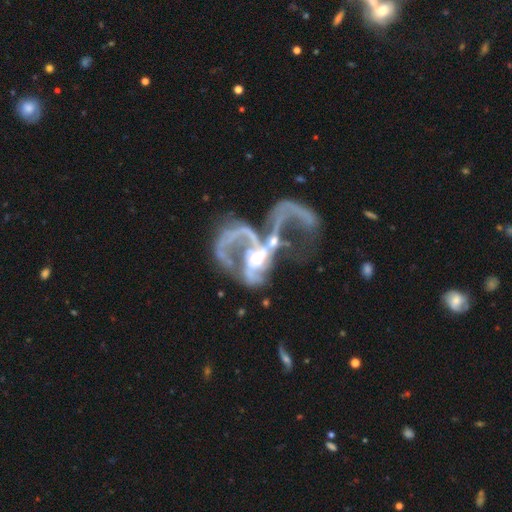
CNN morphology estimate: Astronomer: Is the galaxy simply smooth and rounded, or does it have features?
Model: featured or disk — 83%.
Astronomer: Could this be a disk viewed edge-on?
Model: no — 97%.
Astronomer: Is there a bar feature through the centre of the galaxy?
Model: no — 56%.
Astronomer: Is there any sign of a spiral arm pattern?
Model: yes — 75%.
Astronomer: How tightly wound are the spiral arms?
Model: loose — 60%.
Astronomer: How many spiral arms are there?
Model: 2 — 40% (runner-up: can't tell, 22%).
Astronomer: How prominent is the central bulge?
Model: moderate — 60%.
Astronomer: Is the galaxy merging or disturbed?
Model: major disturbance — 42%, tied with merger at 42%.